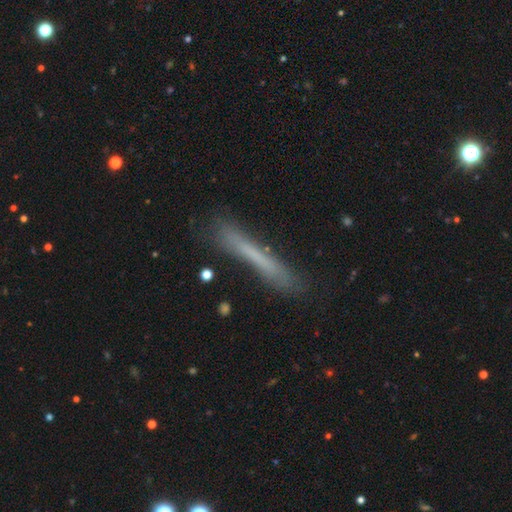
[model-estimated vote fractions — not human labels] Smooth or featured? smooth (59%)
How rounded? cigar-shaped (96%)
Merging? none (77%)